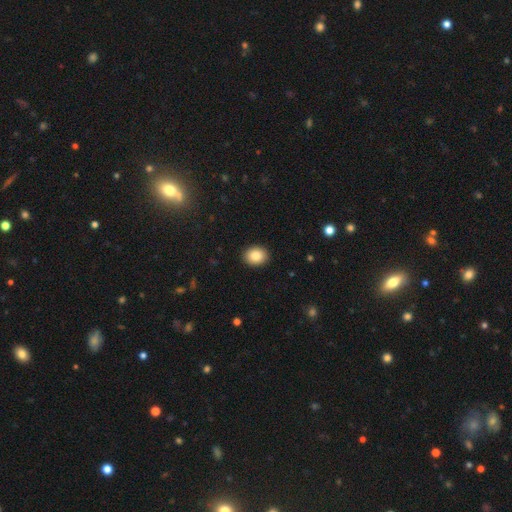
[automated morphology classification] Smooth or featured?
  - smooth: 86% *
  - star or artifact: 8%
  - featured or disk: 6%
How rounded?
  - in between: 51% *
  - round: 48%
  - cigar-shaped: 1%
Merging?
  - none: 91% *
  - minor disturbance: 6%
  - major disturbance: 2%
  - merger: 1%